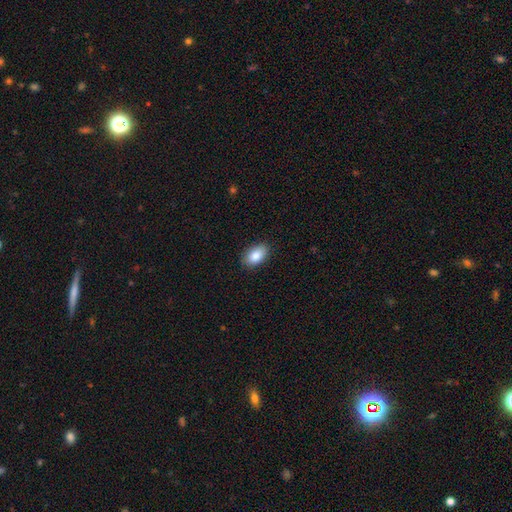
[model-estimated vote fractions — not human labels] This appears to be a smooth galaxy with no disk features (88%) that is in between round and cigar-shaped (92%). Merging: none (87%).